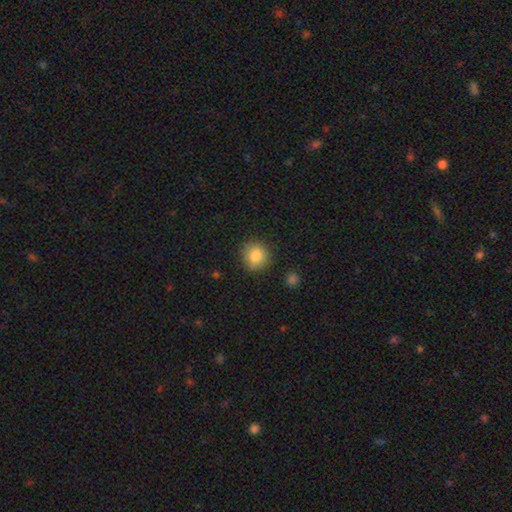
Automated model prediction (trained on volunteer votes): Smooth or featured? smooth (85%)
How rounded? round (89%)
Merging? none (85%)